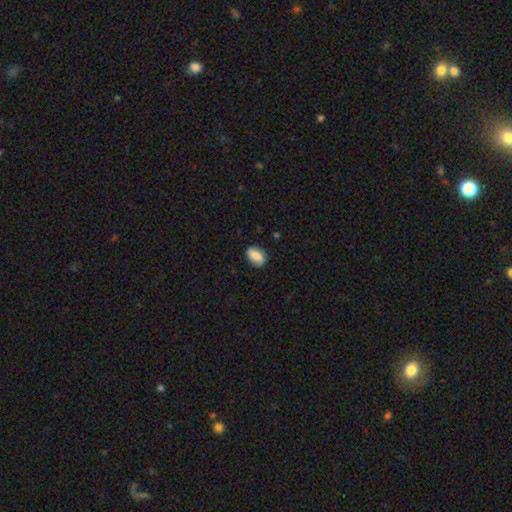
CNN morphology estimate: smooth_or_featured: smooth (p=0.73) [alt: featured or disk p=0.20]
how_rounded: in between (p=0.84) [alt: round p=0.14]
merging: none (p=0.80) [alt: minor disturbance p=0.16]